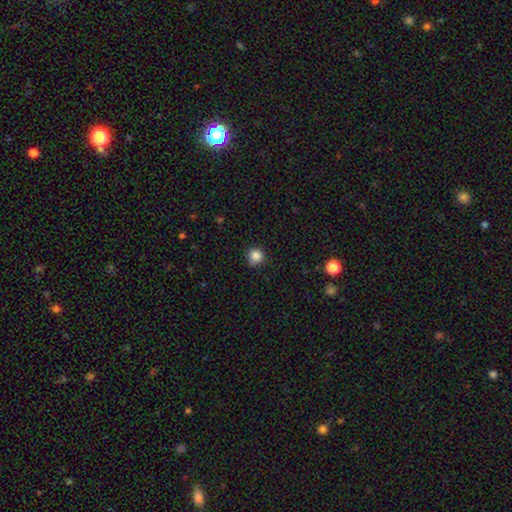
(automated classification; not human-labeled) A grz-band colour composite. It shows a smooth galaxy with no disk features (85%) that is round (92%). Merging: none (78%).